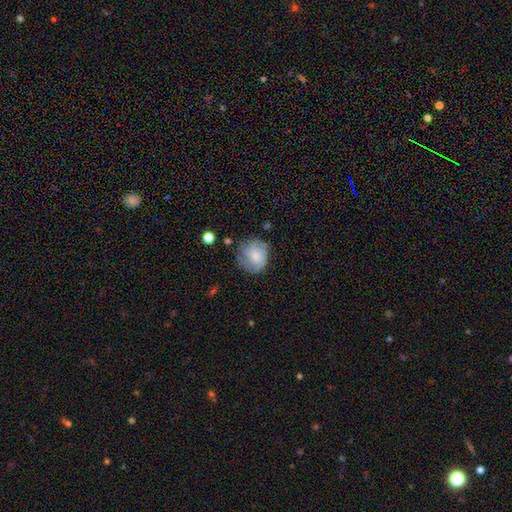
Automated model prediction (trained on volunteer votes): Smooth or featured?
  - smooth: 48% *
  - featured or disk: 44%
  - star or artifact: 9%
Merging?
  - none: 57% *
  - minor disturbance: 27%
  - major disturbance: 14%
  - merger: 2%